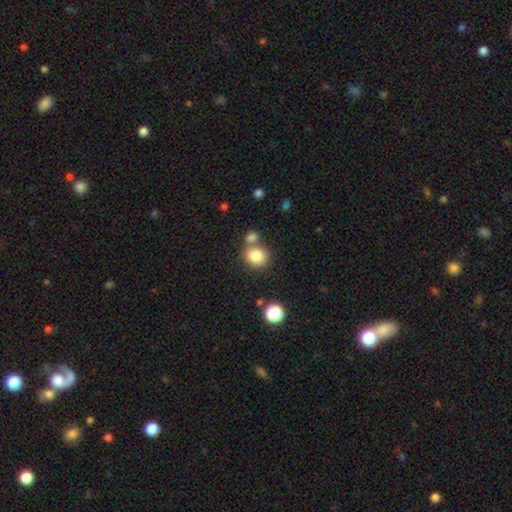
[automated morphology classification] This is clearly a smooth galaxy (82%). How rounded: likely round (77%). Merging: likely none (63%).